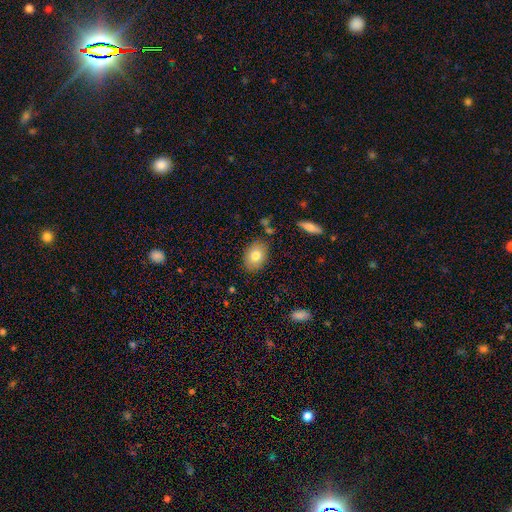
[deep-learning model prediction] This is likely a smooth galaxy (78%). How rounded: likely in between (79%). Merging: clearly none (84%).